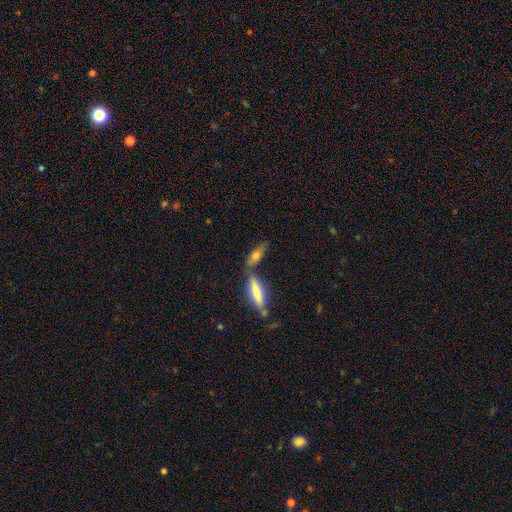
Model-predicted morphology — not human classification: Smooth or featured?
  - smooth: 62% *
  - featured or disk: 29%
  - star or artifact: 9%
How rounded?
  - cigar-shaped: 52% *
  - in between: 45%
  - round: 3%
Merging?
  - none: 54% *
  - merger: 27%
  - minor disturbance: 14%
  - major disturbance: 5%